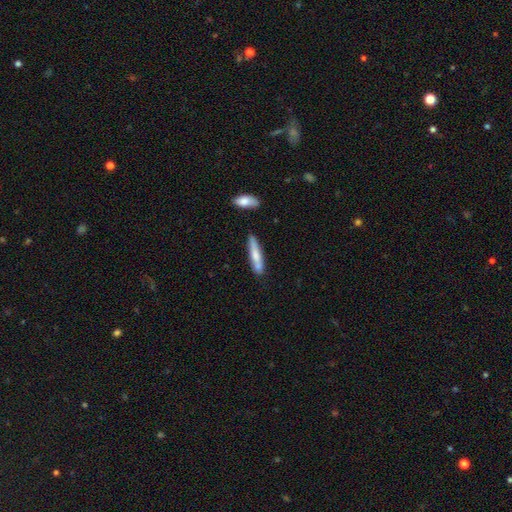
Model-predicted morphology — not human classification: Overall: smooth (67%). How rounded: cigar-shaped (83%). Merging: none (67%).